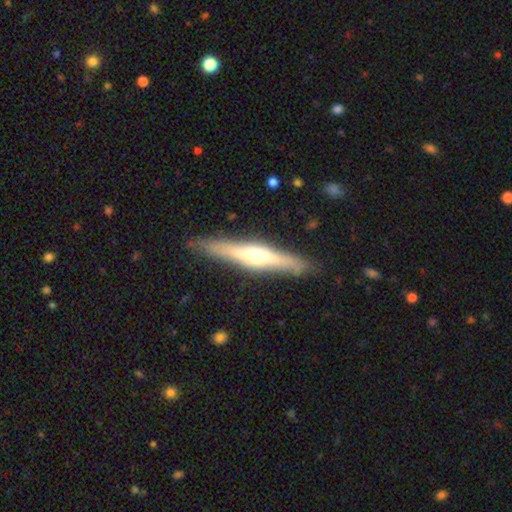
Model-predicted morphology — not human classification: Smooth or featured?
  - featured or disk: 67% *
  - smooth: 28%
  - star or artifact: 5%
Edge-on disk?
  - yes: 95% *
  - no: 5%
Edge-on bulge?
  - rounded: 87% *
  - none: 7%
  - boxy: 5%
Merging?
  - none: 88% *
  - minor disturbance: 9%
  - major disturbance: 2%
  - merger: 1%